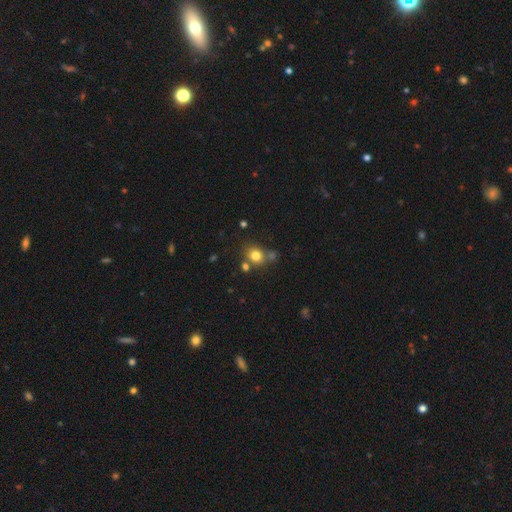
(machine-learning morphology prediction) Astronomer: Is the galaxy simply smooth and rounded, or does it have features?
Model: smooth — 78%.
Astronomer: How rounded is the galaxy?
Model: round — 74%.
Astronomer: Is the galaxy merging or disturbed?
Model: none — 65%.